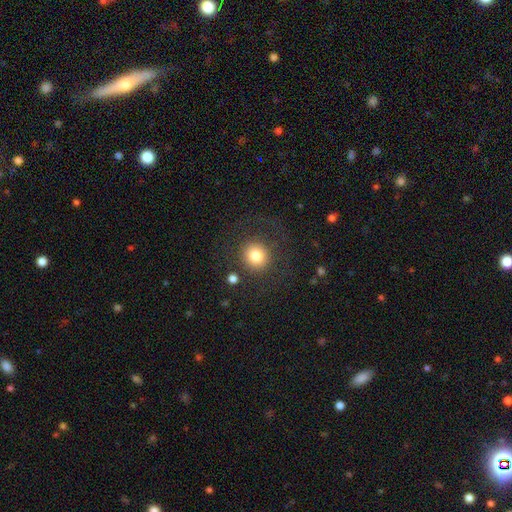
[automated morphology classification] Smooth or featured: smooth — 79% (star or artifact — 11%)
How rounded: round — 92% (in between — 7%)
Merging: none — 81% (minor disturbance — 9%)